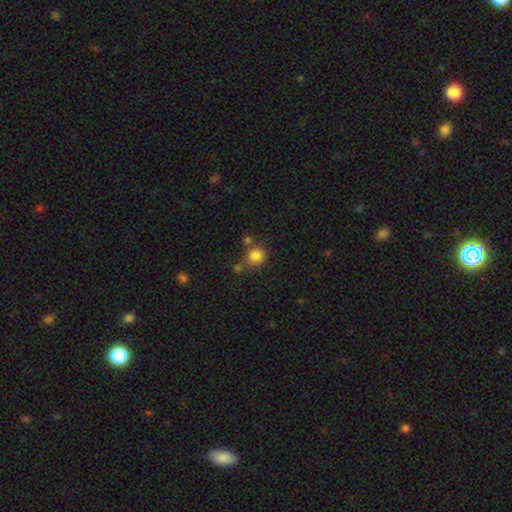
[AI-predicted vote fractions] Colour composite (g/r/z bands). It shows a smooth galaxy with no disk features (82%) that is round (88%). Merging: none (64%).